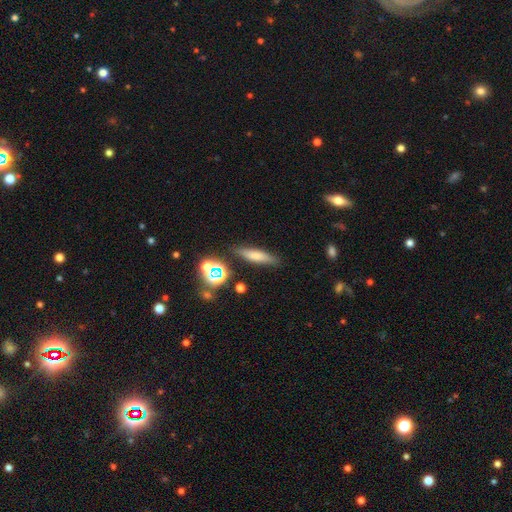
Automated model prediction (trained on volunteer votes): Smooth or featured? smooth (65%)
How rounded? cigar-shaped (74%)
Merging? none (82%)